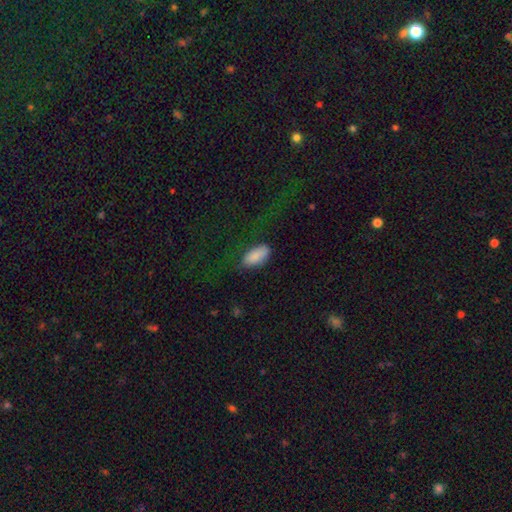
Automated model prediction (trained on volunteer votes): Smooth or featured?
  - smooth: 87% *
  - star or artifact: 7%
  - featured or disk: 6%
How rounded?
  - in between: 91% *
  - cigar-shaped: 6%
  - round: 2%
Merging?
  - none: 70% *
  - minor disturbance: 21%
  - major disturbance: 7%
  - merger: 2%